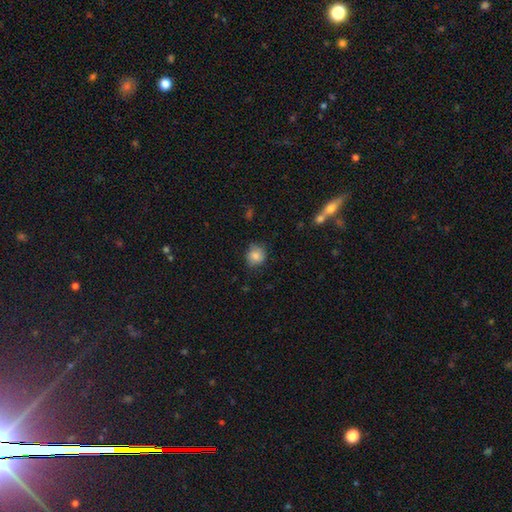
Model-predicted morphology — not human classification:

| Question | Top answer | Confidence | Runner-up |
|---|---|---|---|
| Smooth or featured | smooth | 82% | star or artifact (9%) |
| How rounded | round | 81% | in between (18%) |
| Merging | none | 73% | minor disturbance (21%) |